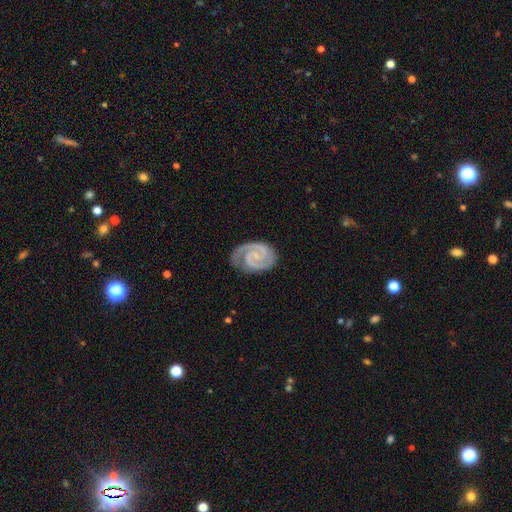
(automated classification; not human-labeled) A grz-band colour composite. It shows a featured or disk galaxy (92%) with no bar (49%), 2 (92%) tight (64%) spiral arms (99%) and a small central bulge (53%). Merging: none (80%).